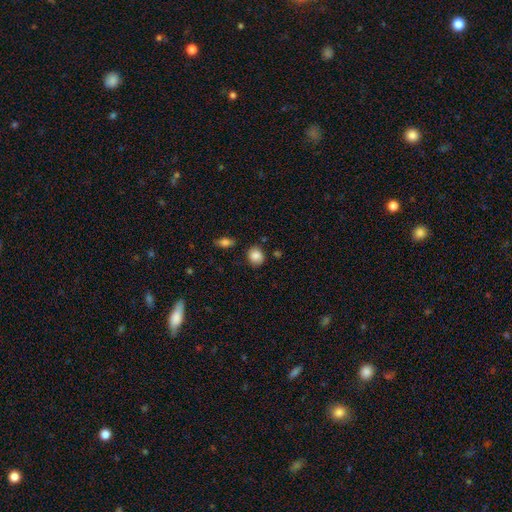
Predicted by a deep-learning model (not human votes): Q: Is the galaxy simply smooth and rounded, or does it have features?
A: smooth — 84%.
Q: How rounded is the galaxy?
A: round — 61%.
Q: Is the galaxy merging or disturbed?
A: none — 76%.